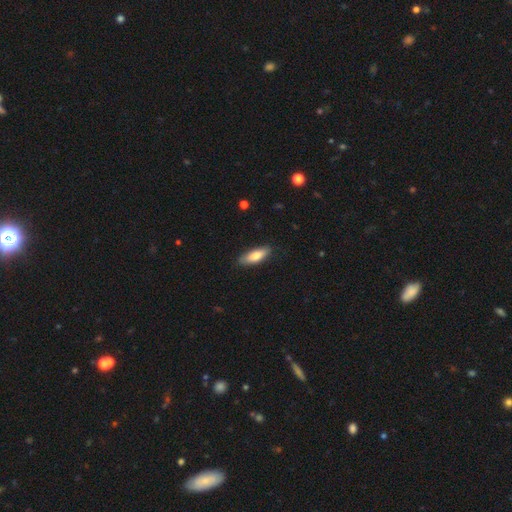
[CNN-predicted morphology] type=smooth (79%); roundness=in between (63%); merging=none (86%).